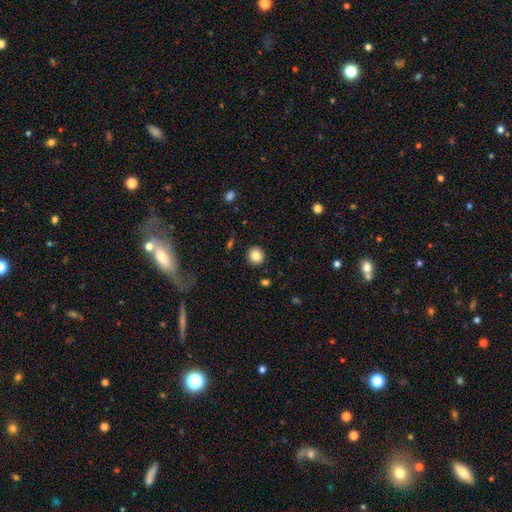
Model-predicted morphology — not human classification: smooth-or-featured: smooth: 84% | star or artifact: 10% | featured or disk: 6%
  how-rounded: round: 92% | in between: 8% | cigar-shaped: 1%
  merging: none: 92% | minor disturbance: 5% | major disturbance: 2% | merger: 1%